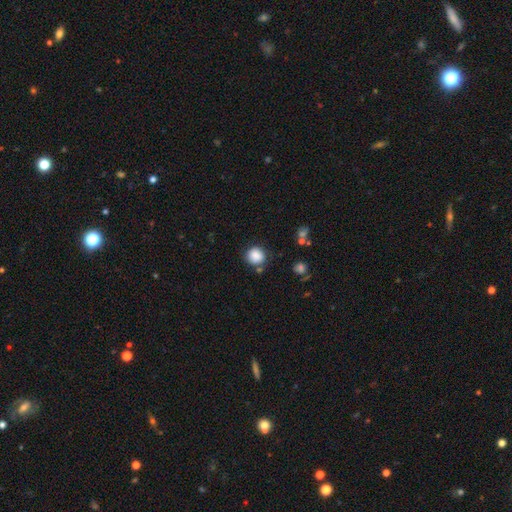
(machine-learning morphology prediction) Smooth or featured?
  - smooth: 86% *
  - star or artifact: 9%
  - featured or disk: 4%
How rounded?
  - round: 89% *
  - in between: 10%
  - cigar-shaped: 1%
Merging?
  - none: 80% *
  - minor disturbance: 12%
  - merger: 5%
  - major disturbance: 3%